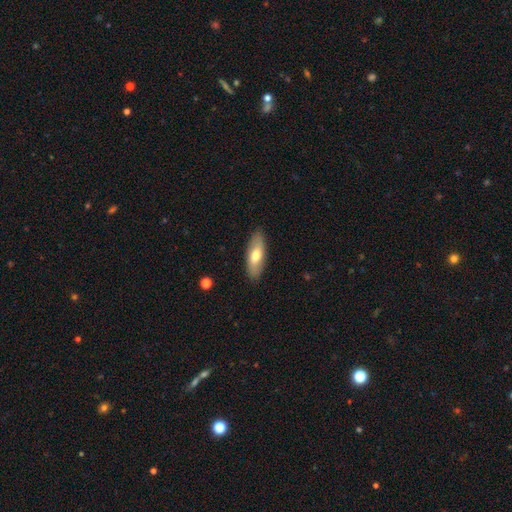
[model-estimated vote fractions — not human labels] This appears to be a smooth galaxy with no disk features (67%) that is in between round and cigar-shaped (70%). Merging: none (87%).